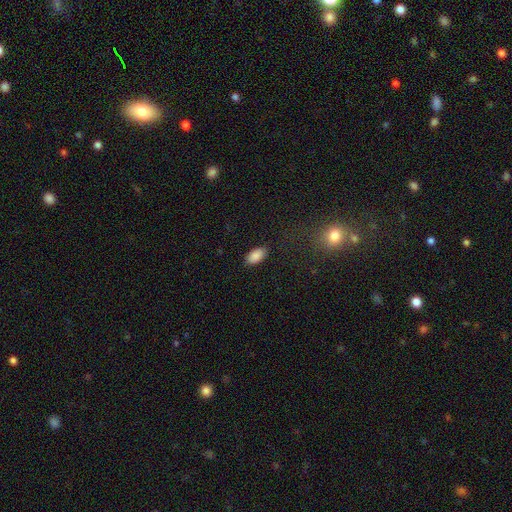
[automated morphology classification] The model was most divided on "merging": none: 86%, minor disturbance: 10%, major disturbance: 3%, merger: 1%. More confident: how rounded — in between (94%); smooth or featured — smooth (88%).